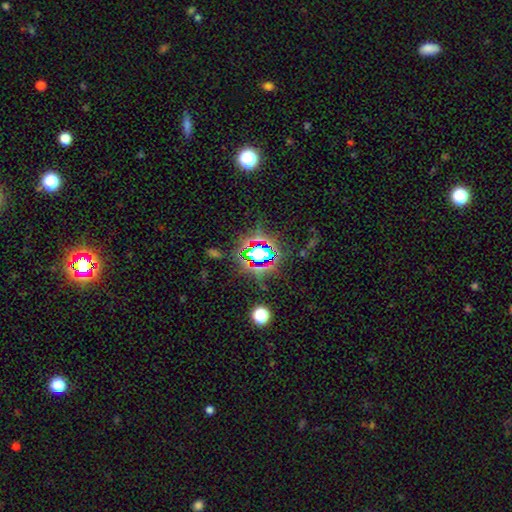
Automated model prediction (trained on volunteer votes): The model was most divided on "smooth or featured": star or artifact: 74%, smooth: 15%, featured or disk: 11%.